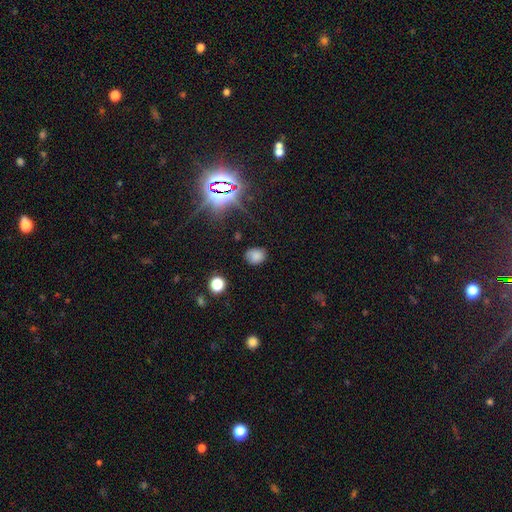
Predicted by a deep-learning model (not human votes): smooth 75%, star or artifact 18%, featured or disk 7%. Down the decision tree: how rounded — round (52%); merging — none (74%).